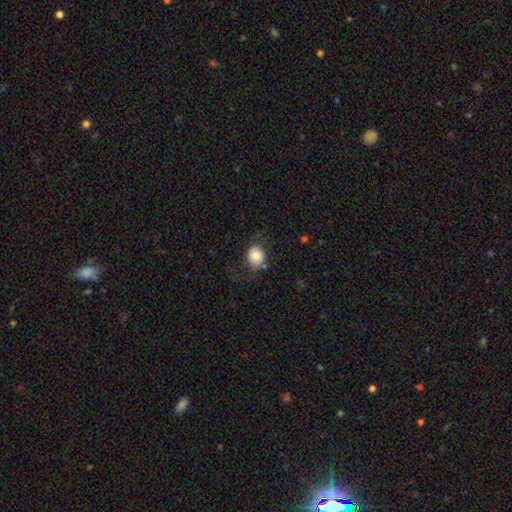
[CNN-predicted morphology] A smooth galaxy with no disk features (77%) that is round (69%).

Vote fractions:
- Smooth or featured? smooth: 77% / featured or disk: 15% / star or artifact: 9%
- How rounded? round: 69% / in between: 30% / cigar-shaped: 1%
- Merging? none: 67% / minor disturbance: 18% / major disturbance: 11% / merger: 3%